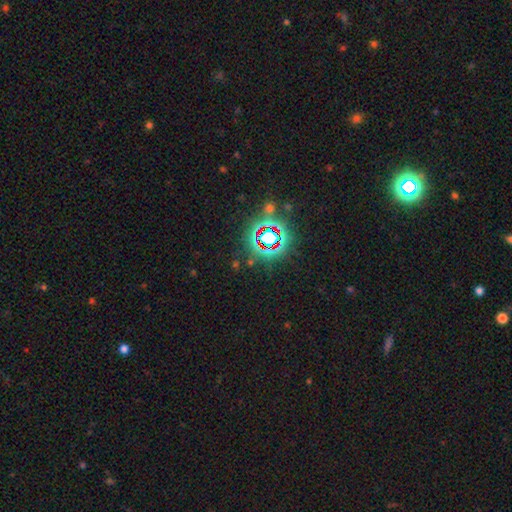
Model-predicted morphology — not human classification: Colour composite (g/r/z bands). It shows a star or artifact, not a galaxy (73%).